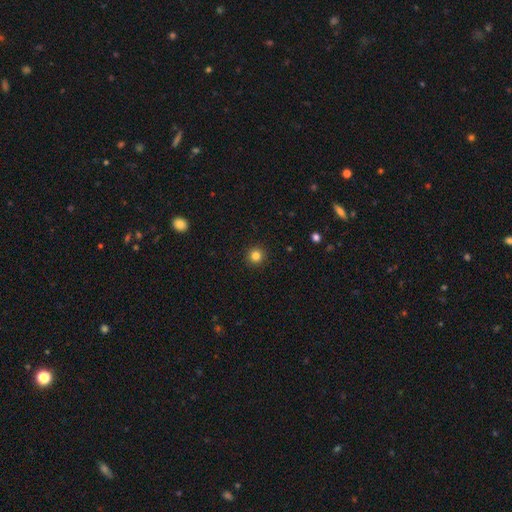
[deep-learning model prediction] smooth_or_featured: smooth (p=0.84) [alt: star or artifact p=0.12]
how_rounded: round (p=0.95) [alt: in between p=0.04]
merging: none (p=0.93) [alt: minor disturbance p=0.04]